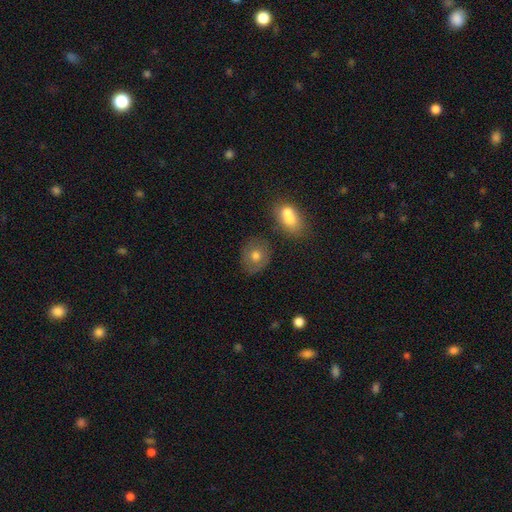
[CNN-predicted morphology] A smooth galaxy with no disk features (69%) that is round (73%). Merging: none (76%).